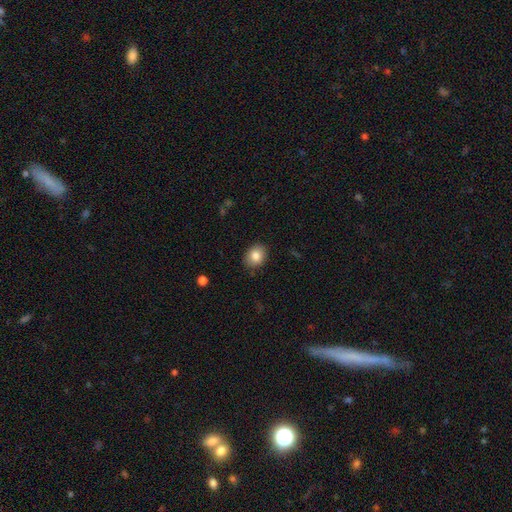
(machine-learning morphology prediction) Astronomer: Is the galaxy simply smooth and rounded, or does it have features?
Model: smooth — 83%.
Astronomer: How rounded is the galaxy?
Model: round — 50% (runner-up: in between, 49%).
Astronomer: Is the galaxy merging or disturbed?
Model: none — 87%.